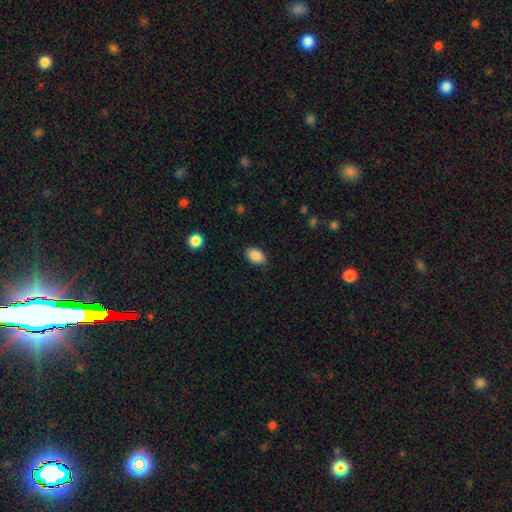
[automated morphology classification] The model was most divided on "merging": none: 84%, minor disturbance: 12%, major disturbance: 3%, merger: 1%. More confident: smooth or featured — smooth (88%); how rounded — in between (88%).